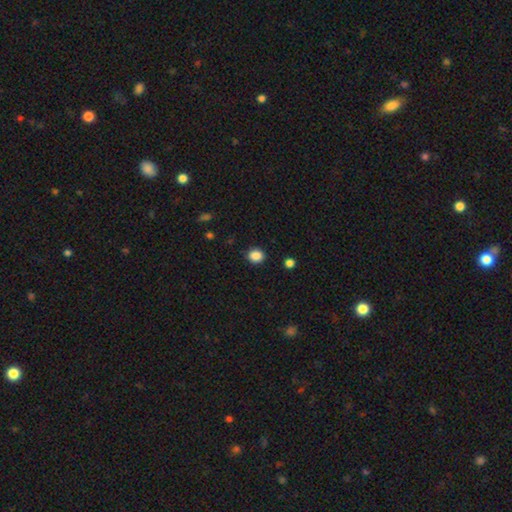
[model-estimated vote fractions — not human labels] Smooth or featured?
  - smooth: 87% *
  - star or artifact: 10%
  - featured or disk: 3%
How rounded?
  - round: 73% *
  - in between: 26%
  - cigar-shaped: 1%
Merging?
  - none: 89% *
  - minor disturbance: 8%
  - major disturbance: 2%
  - merger: 1%